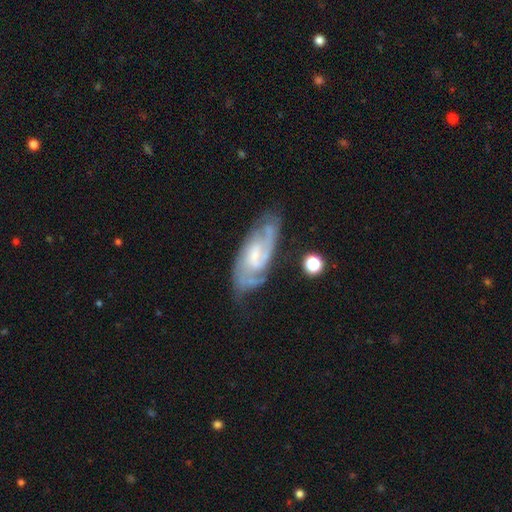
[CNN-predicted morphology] smooth_or_featured: featured or disk (p=0.81) [alt: smooth p=0.13]
disk_edge_on: no (p=0.92) [alt: yes p=0.08]
bar: weak (p=0.50) [alt: no p=0.38]
has_spiral_arms: yes (p=0.94) [alt: no p=0.06]
spiral_winding: medium (p=0.45) [alt: tight p=0.43]
spiral_arm_count: 2 (p=0.52) [alt: can't tell p=0.25]
bulge_size: small (p=0.50) [alt: moderate p=0.32]
merging: none (p=0.62) [alt: minor disturbance p=0.23]